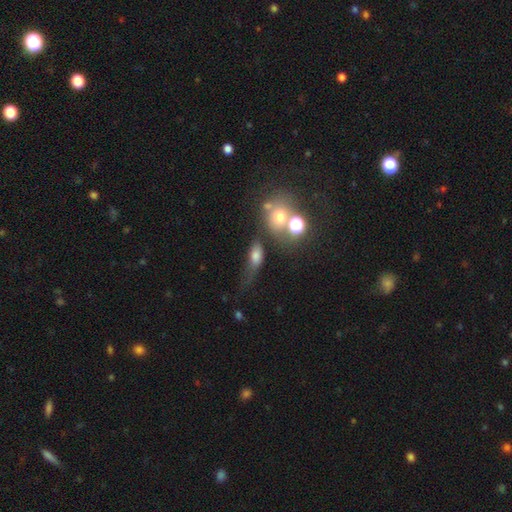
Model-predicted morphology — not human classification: smooth 68%, featured or disk 17%, star or artifact 15%. Down the decision tree: how rounded — in between (72%); merging — none (35%).